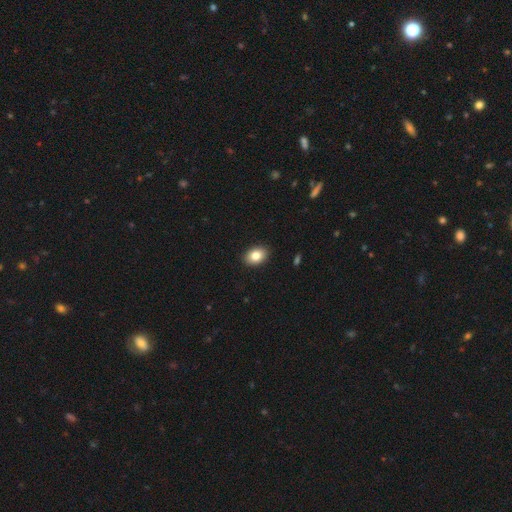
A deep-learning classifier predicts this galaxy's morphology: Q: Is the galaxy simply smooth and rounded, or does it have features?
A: smooth — 83%.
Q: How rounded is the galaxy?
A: in between — 77%.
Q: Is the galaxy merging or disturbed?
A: none — 91%.